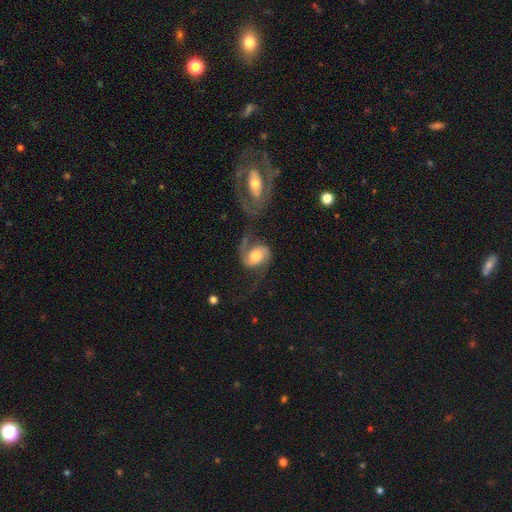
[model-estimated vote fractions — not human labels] A featured or disk galaxy (80%) with no bar (55%), 2 (89%) loose (51%) spiral arms (95%) and a moderate central bulge (62%). Merging: none (47%).